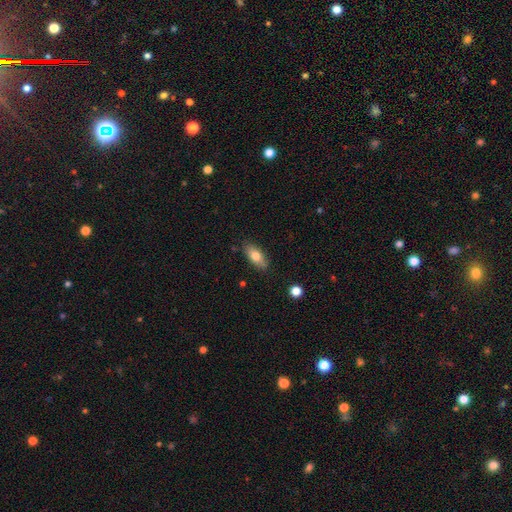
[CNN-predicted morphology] A smooth galaxy with no disk features (75%) that is in between round and cigar-shaped (82%). Merging: none (83%).